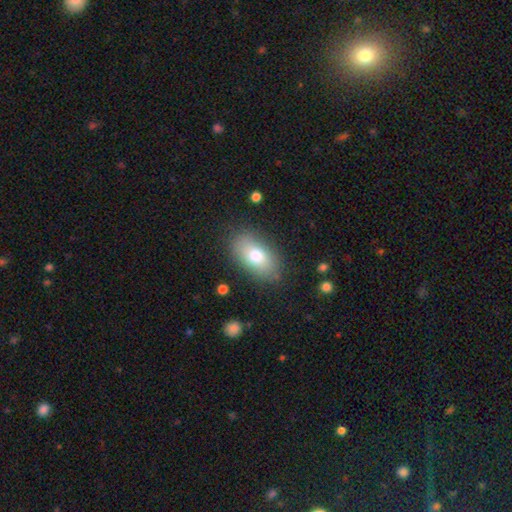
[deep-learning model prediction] Morphology: type=smooth (77%); roundness=in between (91%); merging=none (82%).